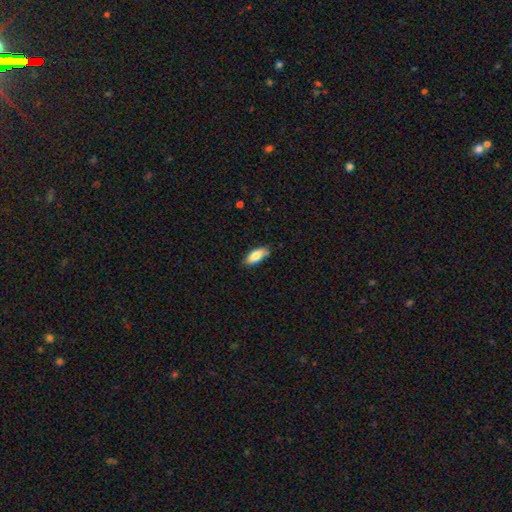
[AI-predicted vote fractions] Overall: smooth (81%). How rounded: in between (84%). Merging: none (78%).